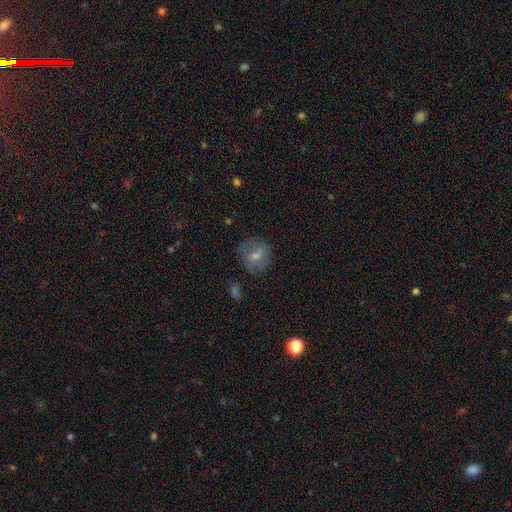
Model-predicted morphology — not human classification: A smooth galaxy with no disk features (46%). Merging: none (76%).